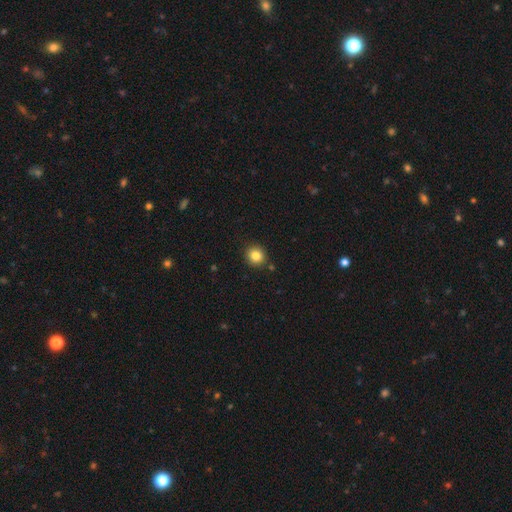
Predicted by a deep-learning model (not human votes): The model was most divided on "smooth or featured": smooth: 84%, star or artifact: 11%, featured or disk: 6%. More confident: how rounded — round (89%); merging — none (88%).